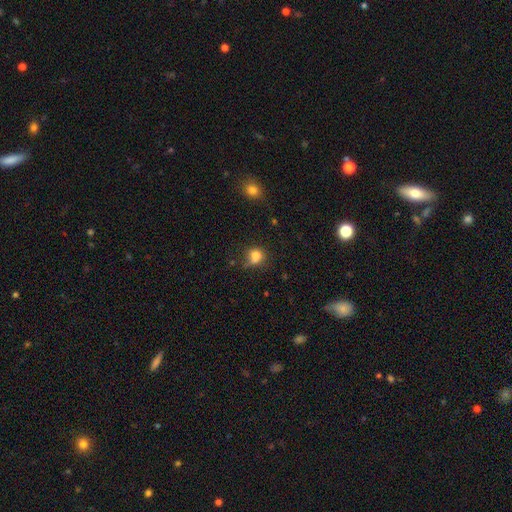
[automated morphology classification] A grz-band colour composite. It shows a smooth galaxy with no disk features (78%) that is round (75%). Merging: none (48%).